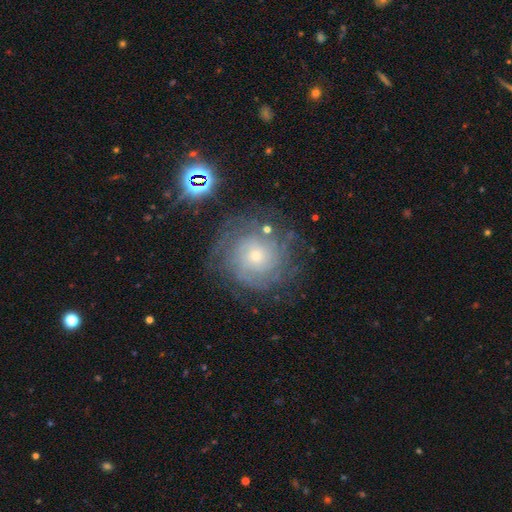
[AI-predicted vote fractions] A featured or disk galaxy (69%) with no bar (81%), tight (75%) spiral arms (89%) and a small central bulge (66%). Merging: none (74%).